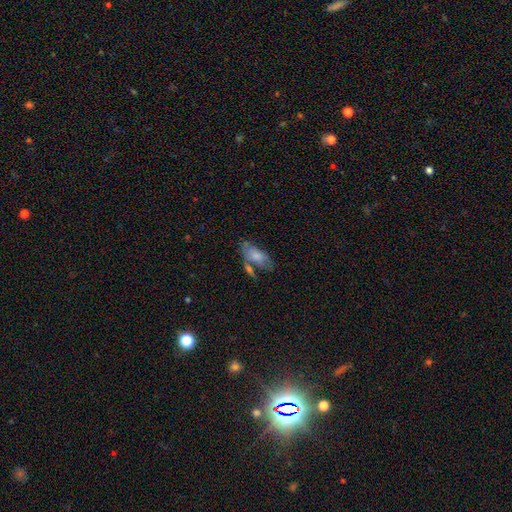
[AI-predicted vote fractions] A smooth galaxy with no disk features (70%) that is in between round and cigar-shaped (88%). Merging: none (40%).